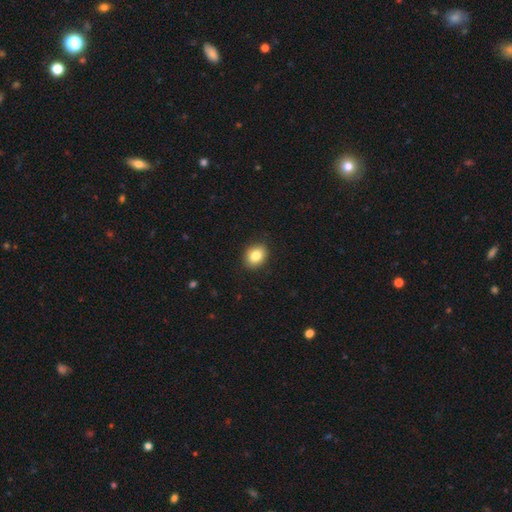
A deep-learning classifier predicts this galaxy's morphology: A smooth galaxy with no disk features (85%) that is in between round and cigar-shaped (54%).

Vote fractions:
- Smooth or featured? smooth: 85% / star or artifact: 9% / featured or disk: 7%
- How rounded? in between: 54% / round: 45% / cigar-shaped: 1%
- Merging? none: 89% / minor disturbance: 8% / major disturbance: 2% / merger: 1%